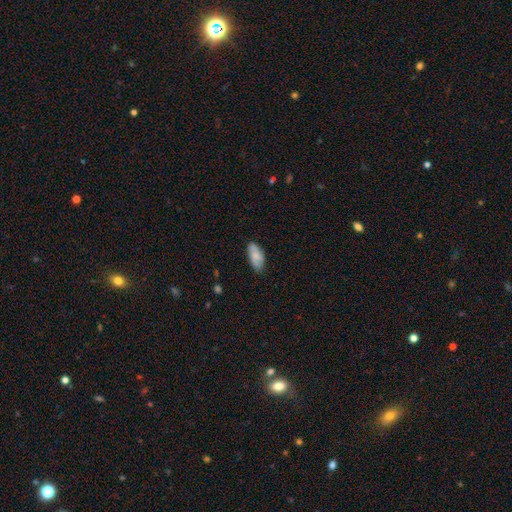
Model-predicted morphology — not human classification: A smooth galaxy with no disk features (76%) that is in between round and cigar-shaped (91%). Merging: none (79%).